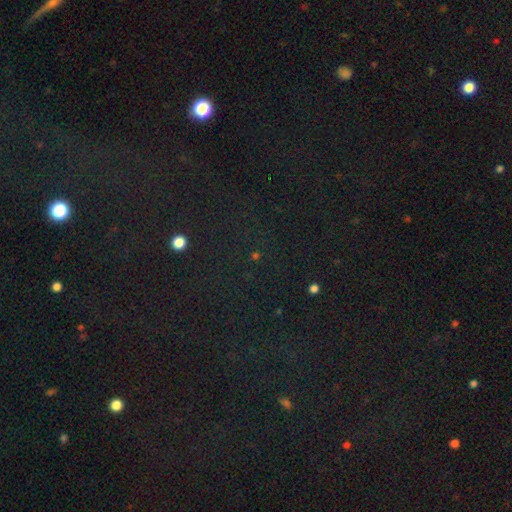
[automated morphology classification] This appears to be a star or artifact, not a galaxy (70%).